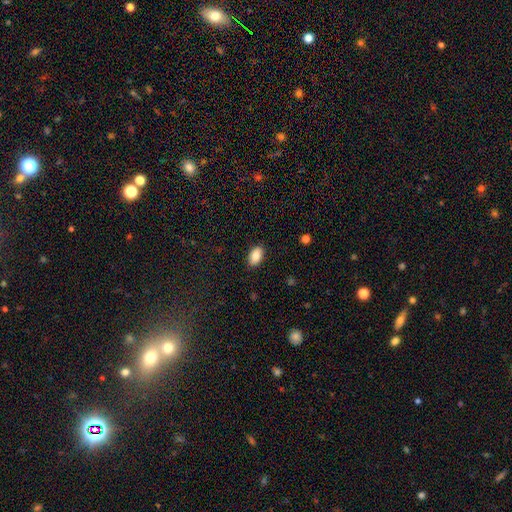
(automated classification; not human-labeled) Q: Smooth or featured?
A: smooth (85%); runner-up: featured or disk (7%)
Q: How rounded?
A: in between (93%); runner-up: round (6%)
Q: Merging?
A: none (88%); runner-up: minor disturbance (9%)